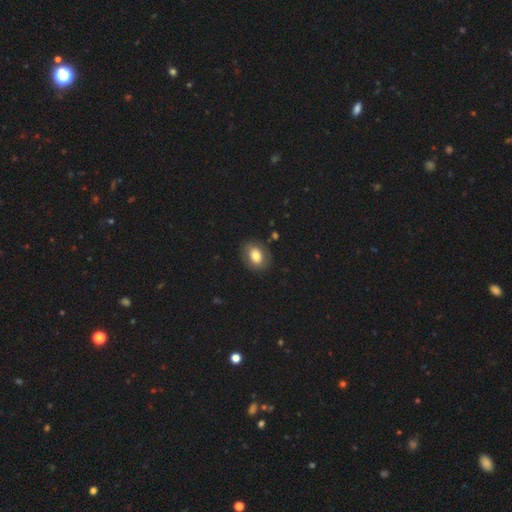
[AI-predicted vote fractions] Morphology: type=smooth (72%); roundness=in between (61%); merging=none (83%).